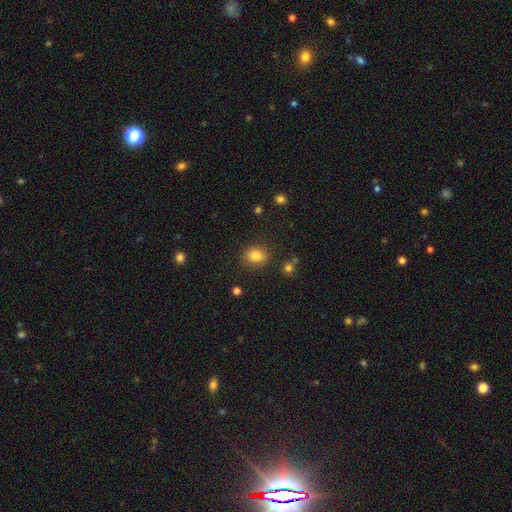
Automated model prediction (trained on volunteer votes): This is clearly a smooth galaxy (83%). How rounded: possibly in between (58%). Merging: clearly none (83%).